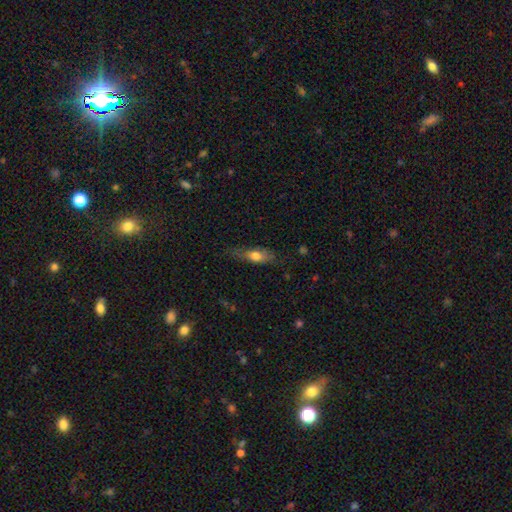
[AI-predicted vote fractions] Smooth or featured? Predicted: smooth (p=0.66). How rounded? Predicted: in between (p=0.55). Merging? Predicted: none (p=0.61).